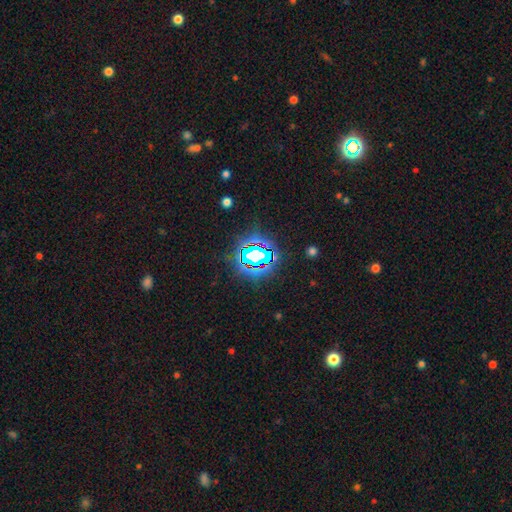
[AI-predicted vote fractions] Q: Smooth or featured?
A: star or artifact (69%); runner-up: smooth (19%)